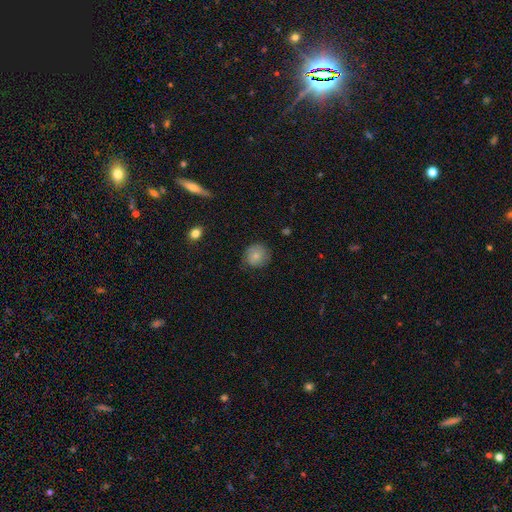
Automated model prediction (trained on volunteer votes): Smooth or featured? Predicted: smooth (p=0.80). How rounded? Predicted: round (p=0.88). Merging? Predicted: none (p=0.76).